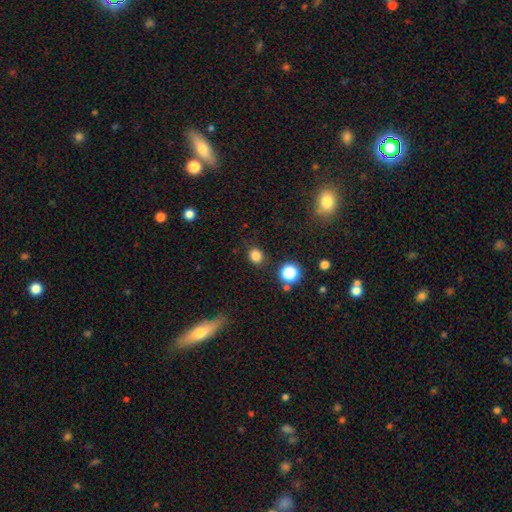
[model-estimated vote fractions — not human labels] The model was most divided on "how rounded": round: 75%, in between: 24%, cigar-shaped: 1%. More confident: merging — none (86%); smooth or featured — smooth (82%).